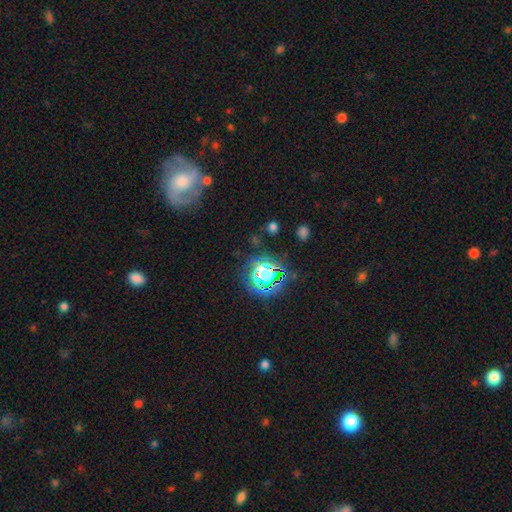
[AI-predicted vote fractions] Smooth or featured?
  - star or artifact: 52% *
  - featured or disk: 25%
  - smooth: 22%